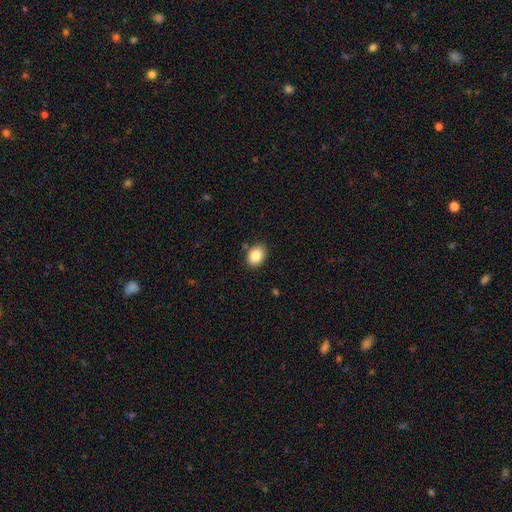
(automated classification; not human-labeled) This is clearly a smooth galaxy (86%). How rounded: likely in between (66%). Merging: clearly none (84%).